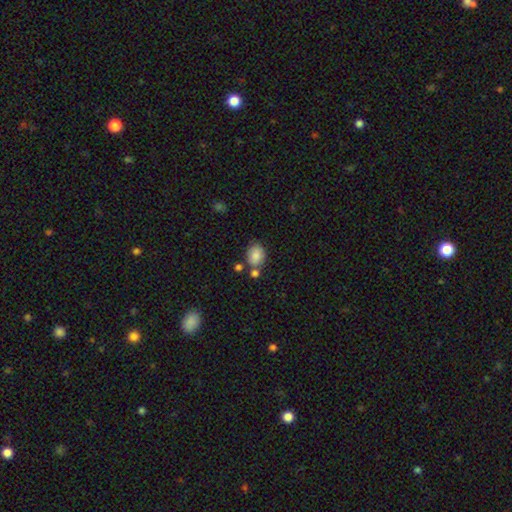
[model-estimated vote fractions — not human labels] Smooth or featured: smooth — 83% (star or artifact — 9%)
How rounded: in between — 62% (round — 37%)
Merging: none — 62% (merger — 17%)